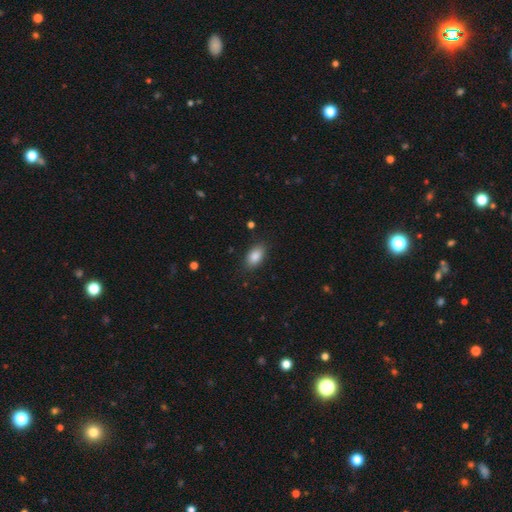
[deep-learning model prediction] Smooth or featured?
  - smooth: 87% *
  - star or artifact: 8%
  - featured or disk: 6%
How rounded?
  - in between: 91% *
  - round: 6%
  - cigar-shaped: 3%
Merging?
  - none: 85% *
  - minor disturbance: 11%
  - major disturbance: 3%
  - merger: 1%